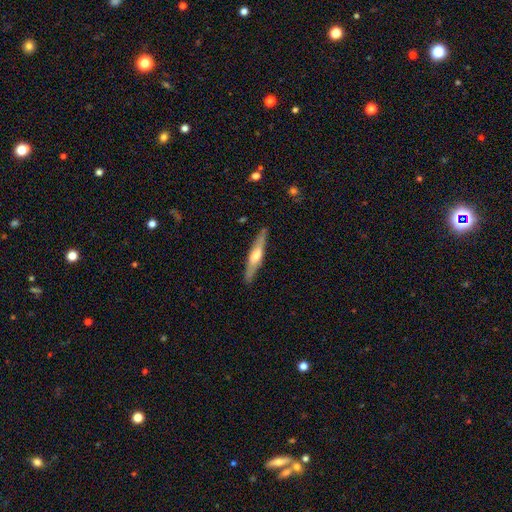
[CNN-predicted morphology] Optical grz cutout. It shows a featured or disk galaxy (60%) viewed edge-on (95%) with a rounded central bulge (81%). Merging: none (88%).